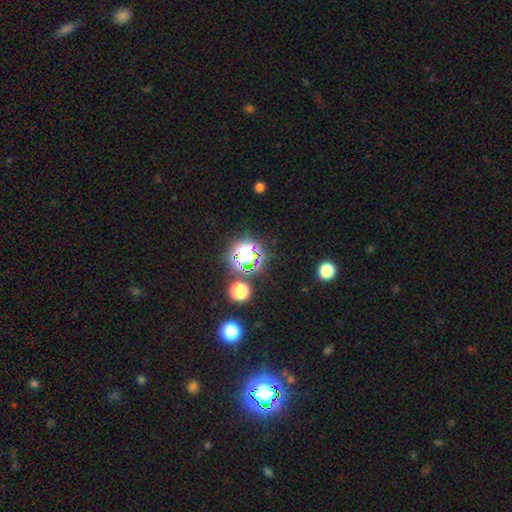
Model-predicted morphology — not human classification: A star or artifact, not a galaxy (65%).

Vote fractions:
- Smooth or featured? star or artifact: 65% / smooth: 26% / featured or disk: 9%